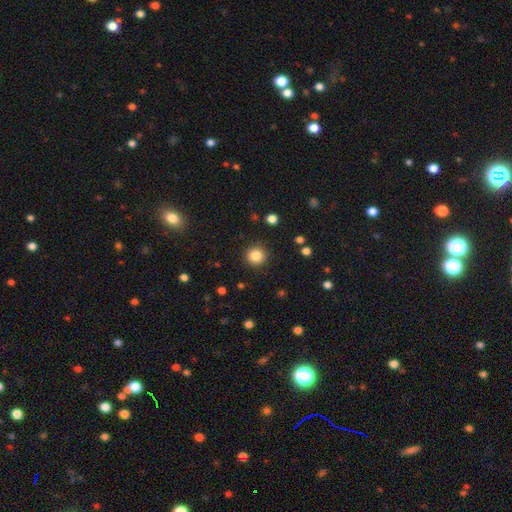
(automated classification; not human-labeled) A smooth galaxy with no disk features (85%) that is round (93%). Merging: none (91%).